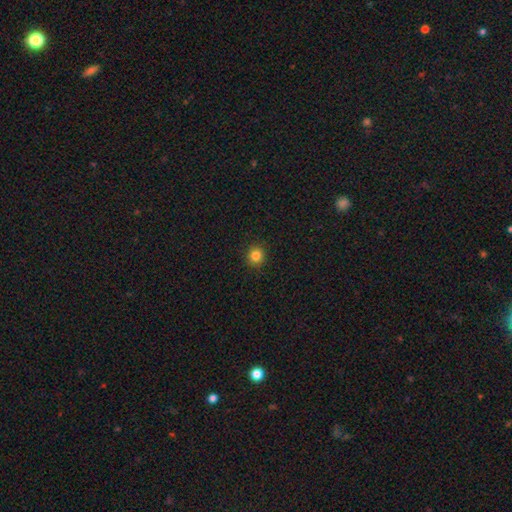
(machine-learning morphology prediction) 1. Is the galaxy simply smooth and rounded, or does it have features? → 83% smooth, 12% star or artifact, 5% featured or disk.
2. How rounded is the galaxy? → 91% round, 8% in between, 1% cigar-shaped.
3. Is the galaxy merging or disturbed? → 91% none, 6% minor disturbance, 2% major disturbance, 1% merger.